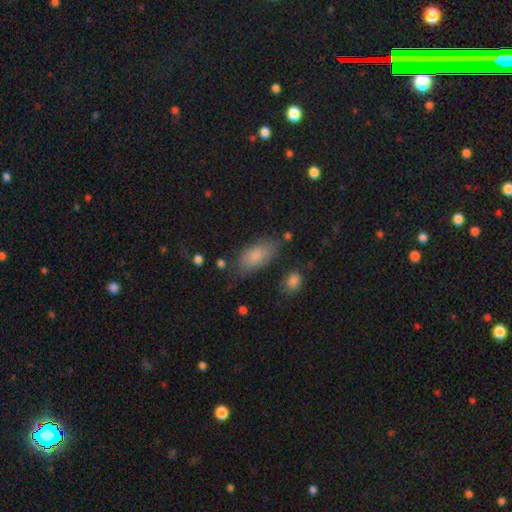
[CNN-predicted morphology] smooth-or-featured: smooth: 82% | featured or disk: 11% | star or artifact: 7%
  how-rounded: in between: 89% | cigar-shaped: 8% | round: 3%
  merging: none: 69% | minor disturbance: 20% | major disturbance: 6% | merger: 4%